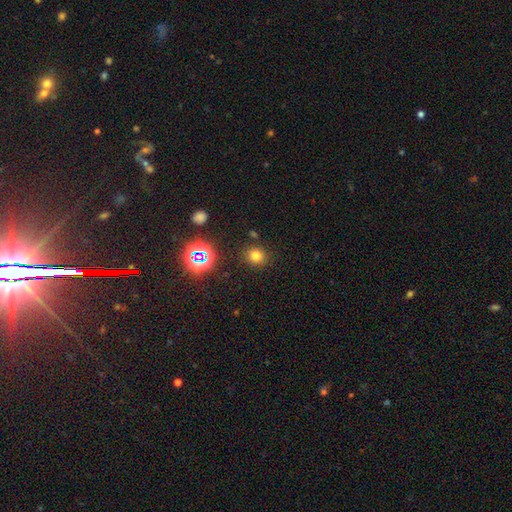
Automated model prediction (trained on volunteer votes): smooth-or-featured: smooth: 73% | star or artifact: 20% | featured or disk: 7%
  how-rounded: round: 82% | in between: 17% | cigar-shaped: 1%
  merging: none: 85% | minor disturbance: 8% | major disturbance: 3% | merger: 3%